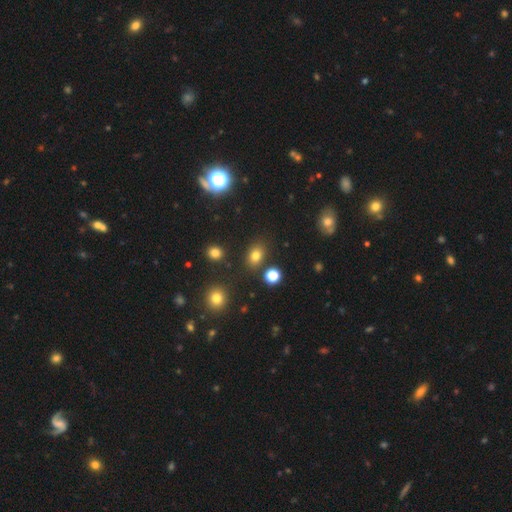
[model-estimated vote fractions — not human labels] The model was most divided on "how rounded": in between: 64%, round: 34%, cigar-shaped: 1%. More confident: merging — none (82%); smooth or featured — smooth (75%).